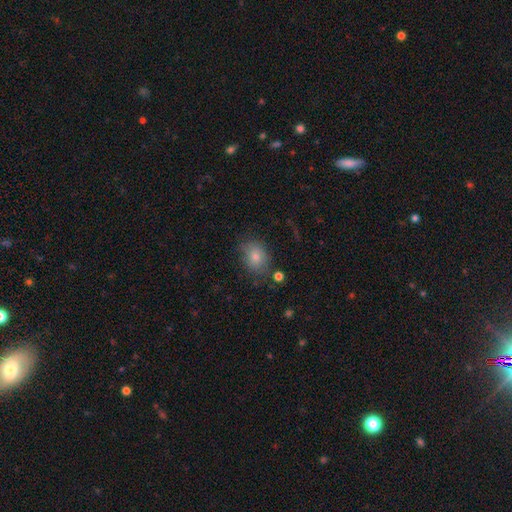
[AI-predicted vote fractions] Smooth or featured? Predicted: smooth (p=0.75). How rounded? Predicted: in between (p=0.57). Merging? Predicted: none (p=0.73).